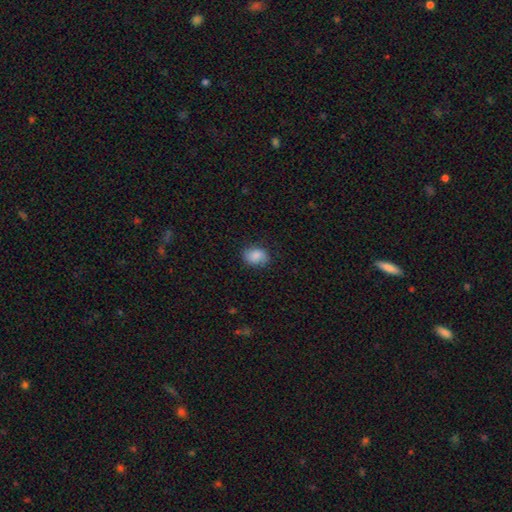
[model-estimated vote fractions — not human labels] This appears to be a smooth galaxy with no disk features (85%) that is in between round and cigar-shaped (63%). Merging: none (78%).